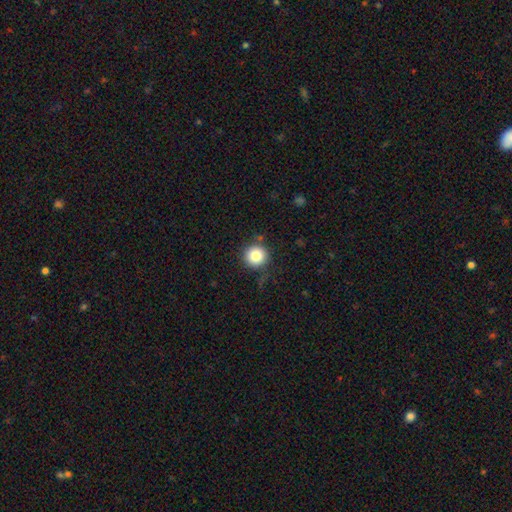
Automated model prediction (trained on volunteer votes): Smooth or featured?
  - smooth: 82% *
  - star or artifact: 11%
  - featured or disk: 7%
How rounded?
  - round: 95% *
  - in between: 4%
  - cigar-shaped: 1%
Merging?
  - none: 85% *
  - minor disturbance: 9%
  - major disturbance: 3%
  - merger: 2%